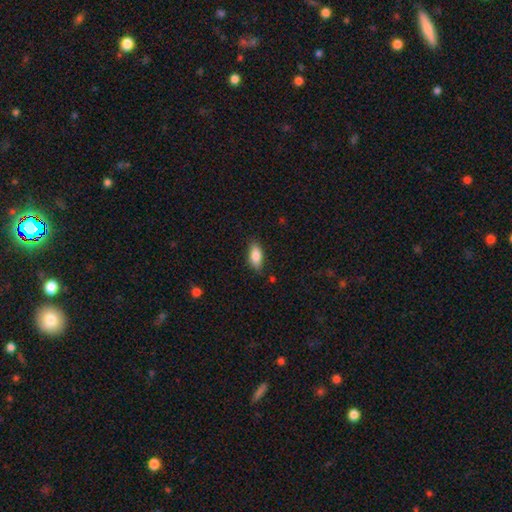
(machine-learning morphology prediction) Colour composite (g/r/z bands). It shows a smooth galaxy with no disk features (84%) that is in between round and cigar-shaped (86%). Merging: none (82%).